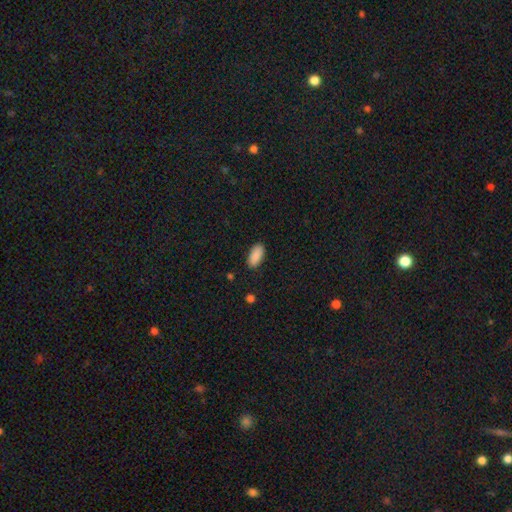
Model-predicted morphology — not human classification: smooth_or_featured: smooth (p=0.90) [alt: star or artifact p=0.07]
how_rounded: in between (p=0.92) [alt: cigar-shaped p=0.06]
merging: none (p=0.88) [alt: minor disturbance p=0.09]